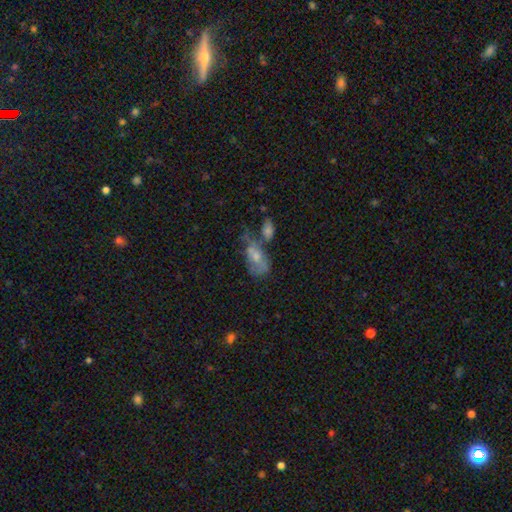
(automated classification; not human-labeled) A smooth galaxy with no disk features (51%) that is in between round and cigar-shaped (86%). Merging: merger (39%).